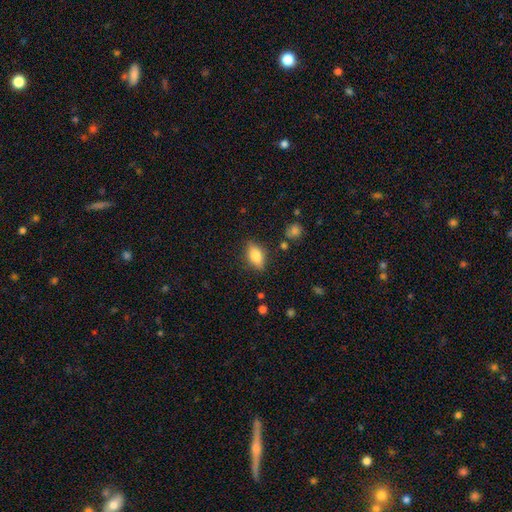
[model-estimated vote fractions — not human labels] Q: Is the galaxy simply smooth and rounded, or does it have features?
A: smooth — 73%.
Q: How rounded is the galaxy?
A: in between — 83%.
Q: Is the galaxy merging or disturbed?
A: none — 82%.